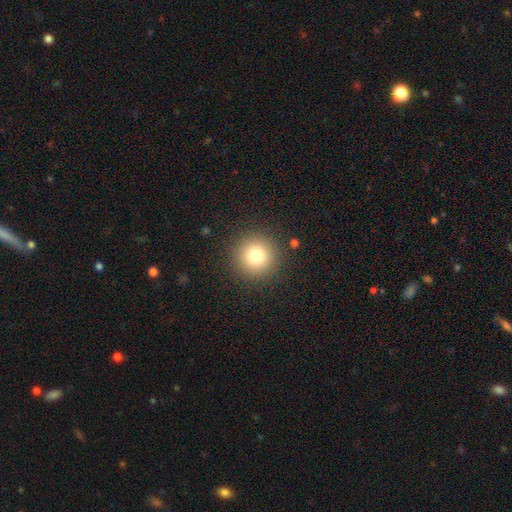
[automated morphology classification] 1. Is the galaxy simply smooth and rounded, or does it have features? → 78% smooth, 13% star or artifact, 9% featured or disk.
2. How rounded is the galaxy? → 96% round, 3% in between, 1% cigar-shaped.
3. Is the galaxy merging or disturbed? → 90% none, 6% minor disturbance, 3% major disturbance, 1% merger.